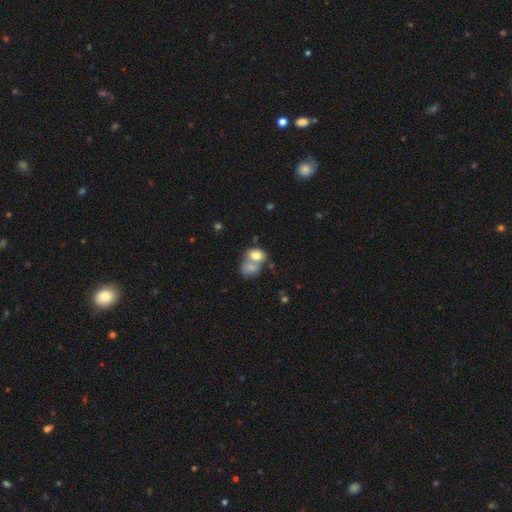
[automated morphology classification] Smooth or featured? smooth (76%)
How rounded? in between (68%)
Merging? merger (58%)